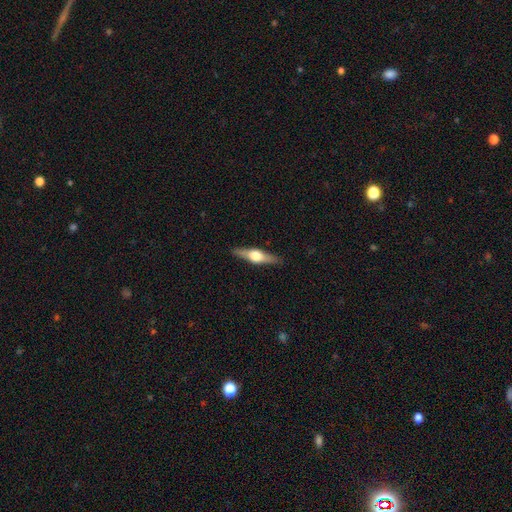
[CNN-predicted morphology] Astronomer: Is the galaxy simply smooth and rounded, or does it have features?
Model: featured or disk — 67%.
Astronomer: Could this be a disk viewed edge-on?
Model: yes — 96%.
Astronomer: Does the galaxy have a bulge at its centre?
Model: rounded — 95%.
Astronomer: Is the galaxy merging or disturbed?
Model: none — 90%.